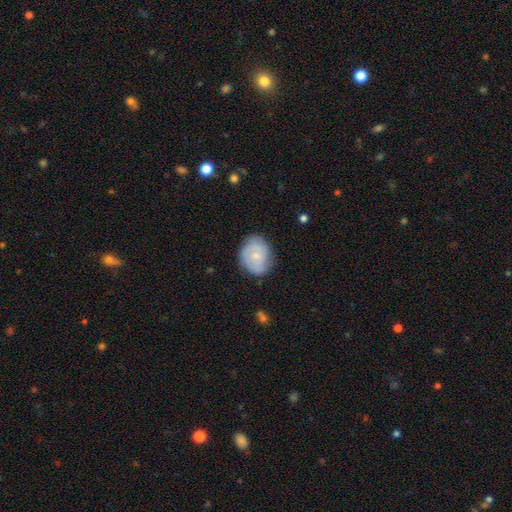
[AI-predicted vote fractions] Overall: smooth (51%; featured or disk 42%). How rounded: round (52%; in between 47%). Merging: none (70%).